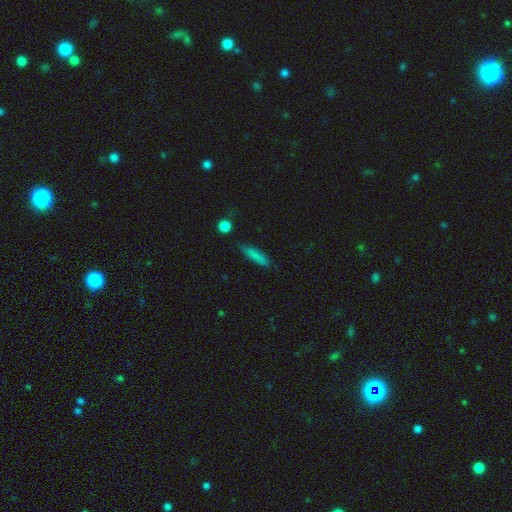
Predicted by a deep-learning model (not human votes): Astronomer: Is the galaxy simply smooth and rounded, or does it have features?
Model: smooth — 81%.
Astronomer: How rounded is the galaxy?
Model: cigar-shaped — 80%.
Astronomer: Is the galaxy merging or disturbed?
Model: none — 76%.